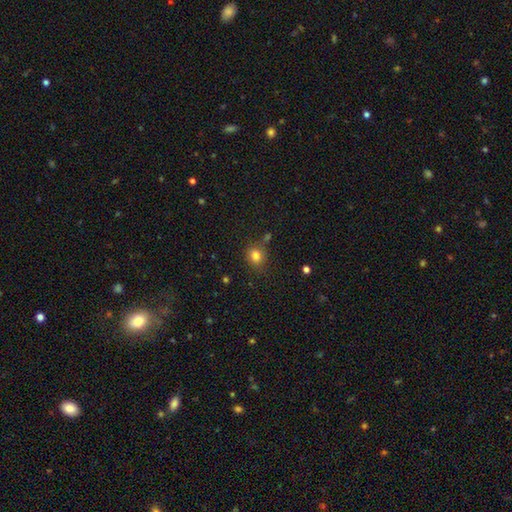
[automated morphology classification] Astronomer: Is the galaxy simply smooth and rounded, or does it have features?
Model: smooth — 81%.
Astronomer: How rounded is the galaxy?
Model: round — 69%.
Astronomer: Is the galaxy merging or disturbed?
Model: none — 77%.